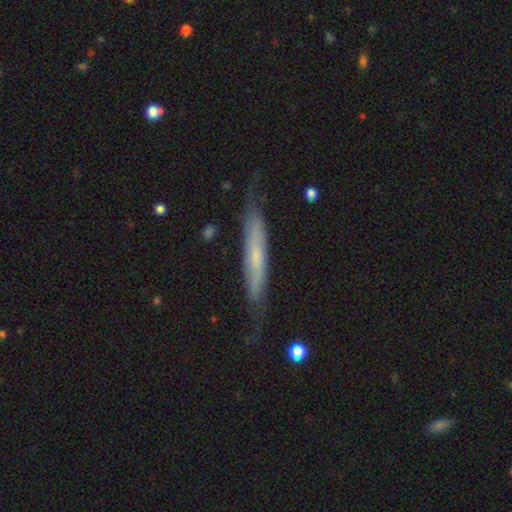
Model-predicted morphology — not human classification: Q: Smooth or featured?
A: featured or disk (56%); runner-up: smooth (38%)
Q: Edge-on disk?
A: yes (74%); runner-up: no (26%)
Q: Merging?
A: none (69%); runner-up: minor disturbance (22%)